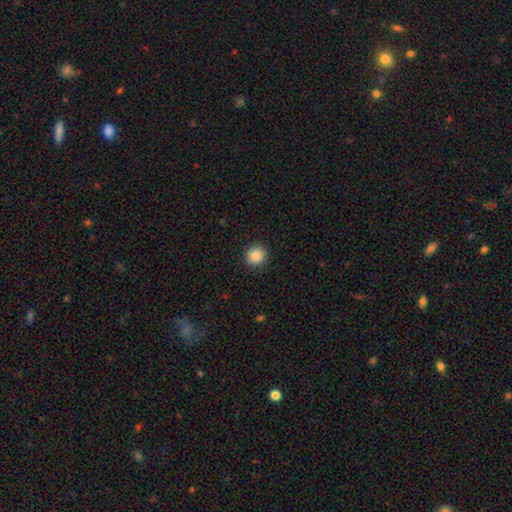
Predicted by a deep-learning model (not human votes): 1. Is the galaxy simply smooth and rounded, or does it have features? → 86% smooth, 9% star or artifact, 4% featured or disk.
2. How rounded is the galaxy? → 88% round, 11% in between, 1% cigar-shaped.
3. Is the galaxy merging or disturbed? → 91% none, 6% minor disturbance, 2% major disturbance, 1% merger.